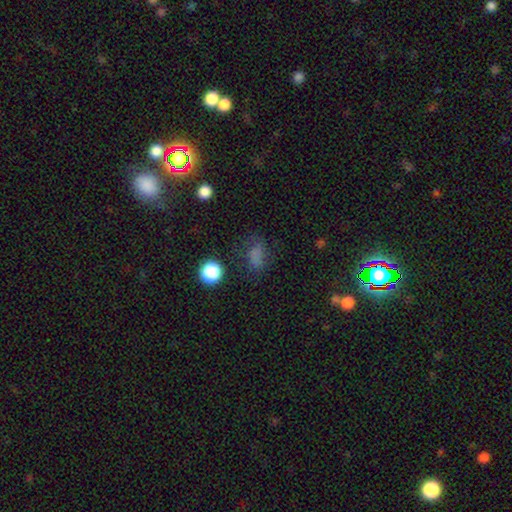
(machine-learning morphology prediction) Q: Smooth or featured?
A: smooth (68%); runner-up: star or artifact (22%)
Q: How rounded?
A: in between (72%); runner-up: round (24%)
Q: Merging?
A: none (59%); runner-up: minor disturbance (22%)